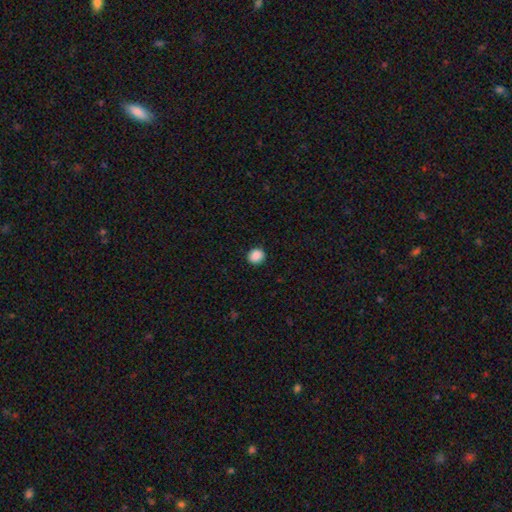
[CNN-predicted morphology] Smooth or featured?
  - smooth: 88% *
  - star or artifact: 9%
  - featured or disk: 3%
How rounded?
  - round: 82% *
  - in between: 17%
  - cigar-shaped: 1%
Merging?
  - none: 91% *
  - minor disturbance: 6%
  - major disturbance: 2%
  - merger: 1%